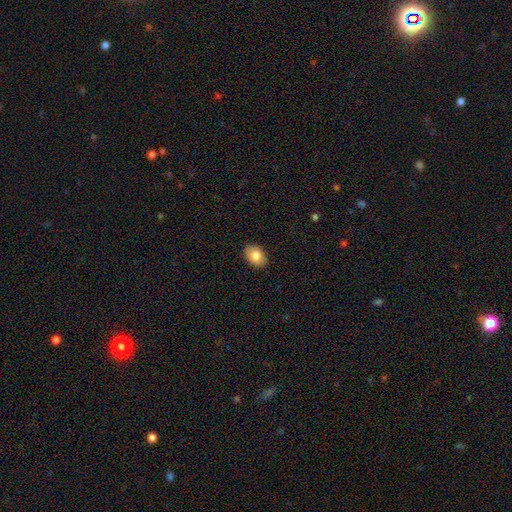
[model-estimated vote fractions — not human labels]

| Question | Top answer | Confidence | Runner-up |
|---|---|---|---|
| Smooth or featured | smooth | 82% | featured or disk (11%) |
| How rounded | in between | 81% | round (18%) |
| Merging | none | 89% | minor disturbance (8%) |